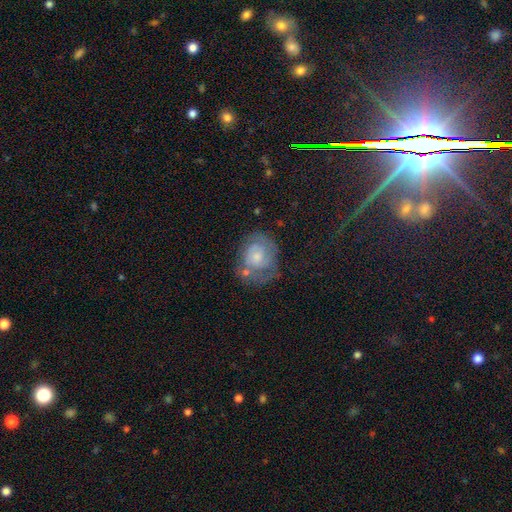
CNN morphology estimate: Smooth or featured: featured or disk — 63% (smooth — 26%)
Edge-on disk: no — 97% (yes — 3%)
Bar: no — 72% (weak — 25%)
Spiral arms: yes — 81% (no — 19%)
Spiral winding: tight — 58% (medium — 32%)
Spiral arm count: 2 — 43% (can't tell — 35%)
Bulge size: small — 48% (moderate — 38%)
Merging: none — 55% (minor disturbance — 24%)